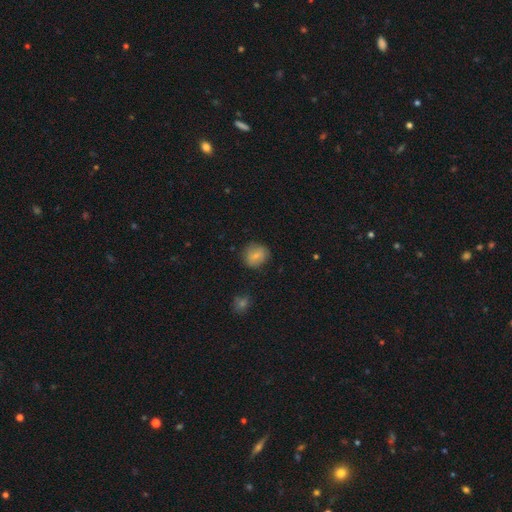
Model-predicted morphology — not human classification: This is likely a smooth galaxy (75%). How rounded: likely round (75%). Merging: likely none (79%).